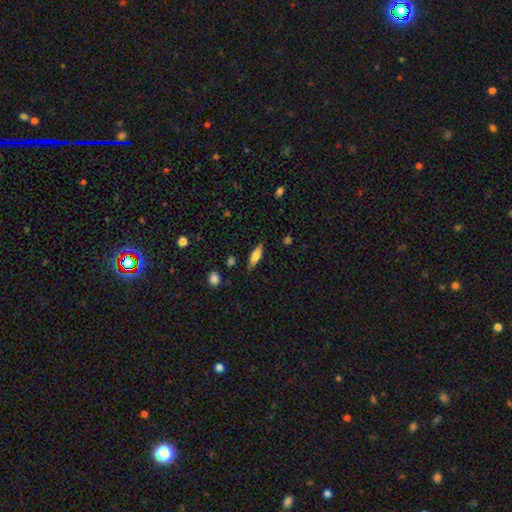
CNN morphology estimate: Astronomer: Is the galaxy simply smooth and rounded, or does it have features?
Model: smooth — 67%.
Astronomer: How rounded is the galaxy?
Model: in between — 52% (runner-up: cigar-shaped, 46%).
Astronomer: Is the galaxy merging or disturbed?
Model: none — 82%.